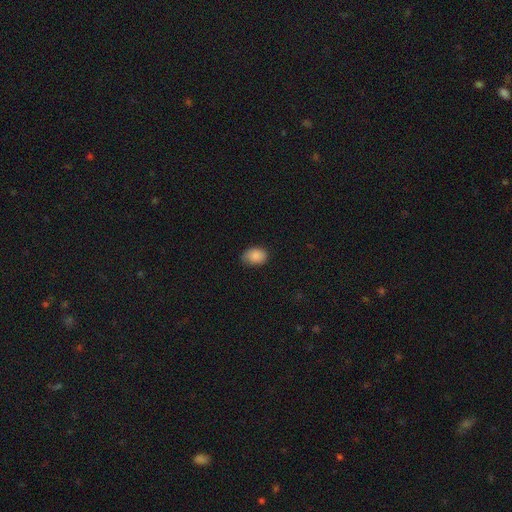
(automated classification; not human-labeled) Smooth or featured: smooth — 86% (star or artifact — 8%)
How rounded: in between — 79% (round — 20%)
Merging: none — 76% (minor disturbance — 20%)